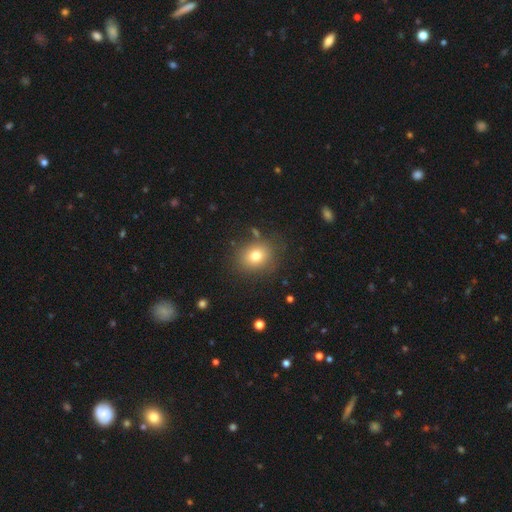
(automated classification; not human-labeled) A smooth galaxy with no disk features (75%) that is round (64%). Merging: none (82%).